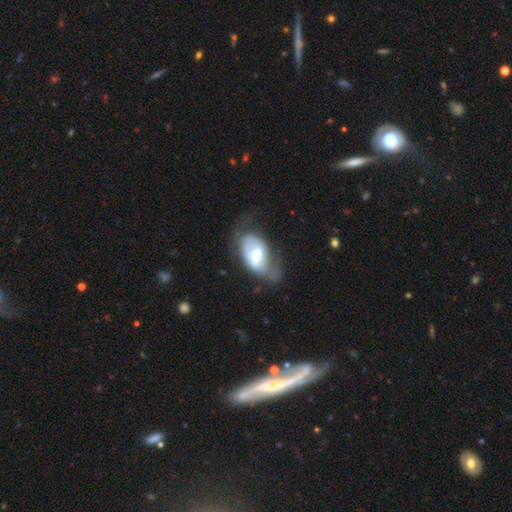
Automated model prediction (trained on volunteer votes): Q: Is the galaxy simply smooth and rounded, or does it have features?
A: featured or disk — 50%.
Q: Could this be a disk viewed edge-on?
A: no — 90%.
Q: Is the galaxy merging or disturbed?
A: none — 36%.